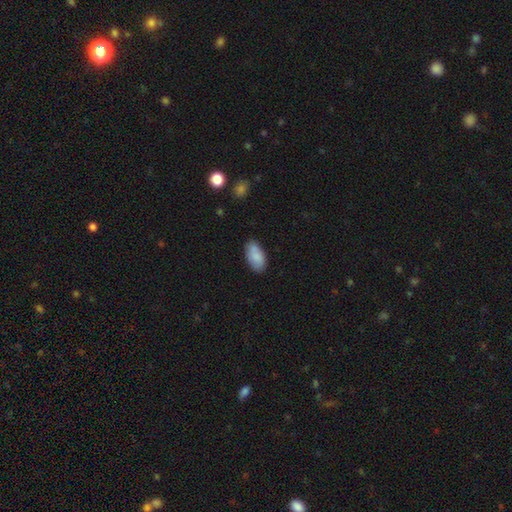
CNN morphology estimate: smooth 85%, featured or disk 8%, star or artifact 7%. Down the decision tree: how rounded — in between (94%); merging — none (76%).